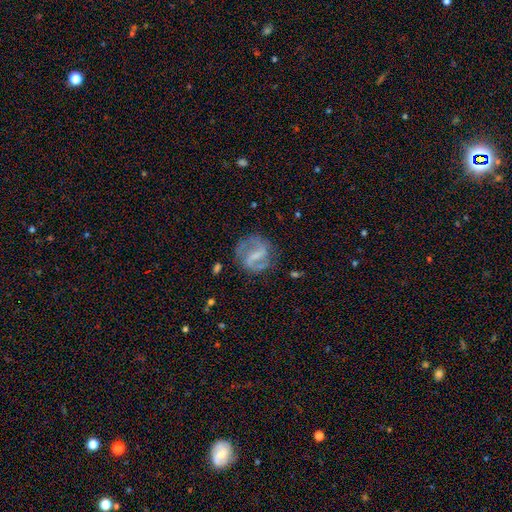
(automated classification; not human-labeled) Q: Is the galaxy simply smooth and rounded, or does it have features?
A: featured or disk — 81%.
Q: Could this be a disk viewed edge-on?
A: no — 98%.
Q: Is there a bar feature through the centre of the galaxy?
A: strong — 45%.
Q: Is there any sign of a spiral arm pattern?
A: yes — 91%.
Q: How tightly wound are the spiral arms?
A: medium — 51%.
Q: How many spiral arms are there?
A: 2 — 88%.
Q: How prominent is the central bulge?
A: none — 42%.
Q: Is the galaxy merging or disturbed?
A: none — 74%.